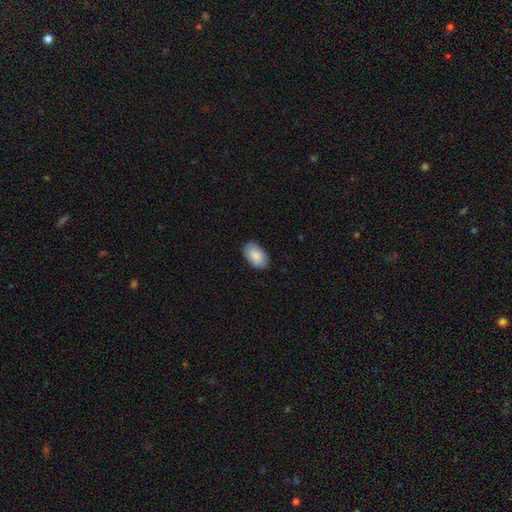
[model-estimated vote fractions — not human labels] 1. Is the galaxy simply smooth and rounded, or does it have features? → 87% smooth, 7% featured or disk, 6% star or artifact.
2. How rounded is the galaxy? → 93% in between, 6% round, 1% cigar-shaped.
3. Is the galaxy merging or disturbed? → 85% none, 12% minor disturbance, 2% major disturbance, 1% merger.